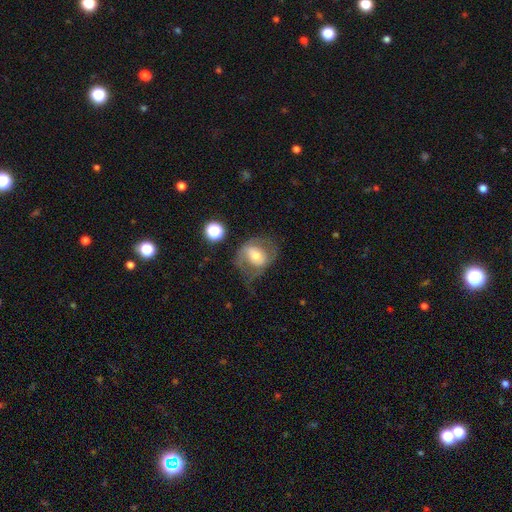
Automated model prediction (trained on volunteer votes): featured or disk 53%, smooth 38%, star or artifact 8%. Down the decision tree: edge-on disk — no (95%); bar — no (44%); spiral arms — yes (59%); bulge size — moderate (57%); merging — none (42%).